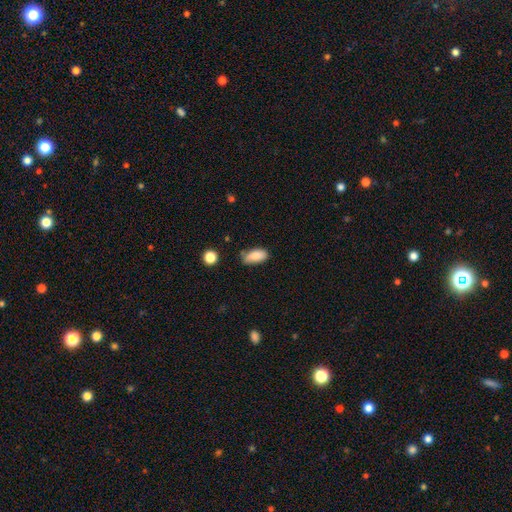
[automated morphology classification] A smooth galaxy with no disk features (86%) that is in between round and cigar-shaped (89%). Merging: none (62%).